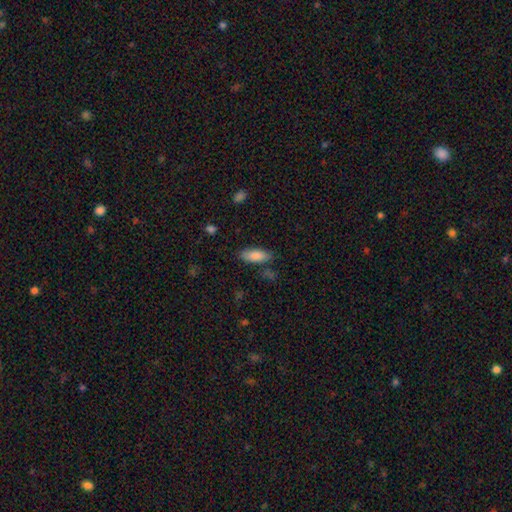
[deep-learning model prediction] Smooth or featured?
  - smooth: 85% *
  - featured or disk: 8%
  - star or artifact: 7%
How rounded?
  - in between: 74% *
  - cigar-shaped: 25%
  - round: 2%
Merging?
  - none: 79% *
  - minor disturbance: 14%
  - major disturbance: 3%
  - merger: 3%